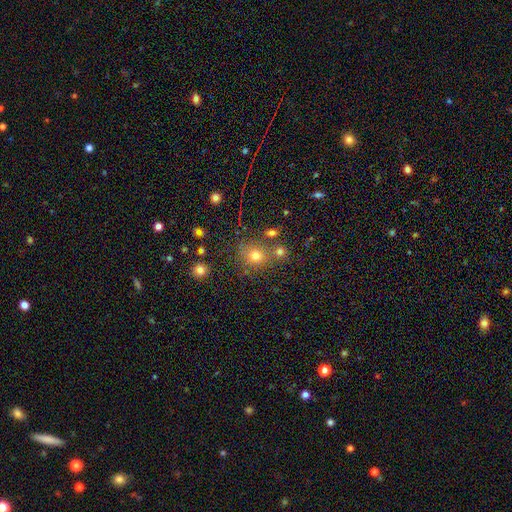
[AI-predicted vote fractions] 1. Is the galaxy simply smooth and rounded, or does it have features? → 71% smooth, 19% star or artifact, 10% featured or disk.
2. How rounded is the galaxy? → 80% round, 19% in between, 1% cigar-shaped.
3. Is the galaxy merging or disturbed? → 67% none, 16% merger, 12% minor disturbance, 5% major disturbance.